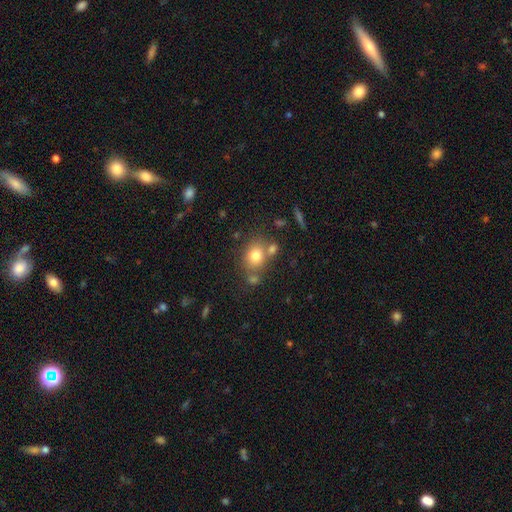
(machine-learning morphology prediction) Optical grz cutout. It shows a smooth galaxy with no disk features (77%) that is round (58%). Merging: none (61%).